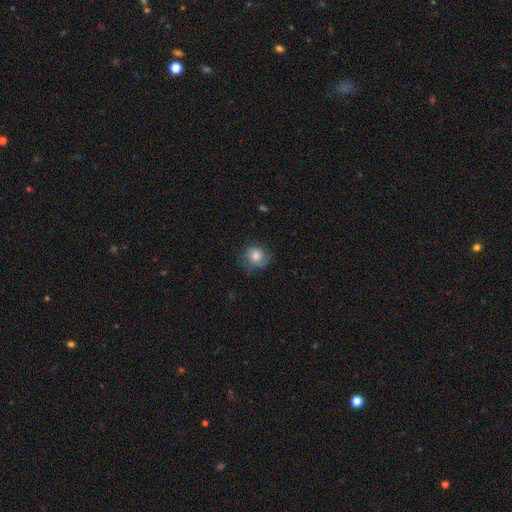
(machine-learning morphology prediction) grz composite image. It shows a smooth galaxy with no disk features (74%) that is round (81%). Merging: none (66%).